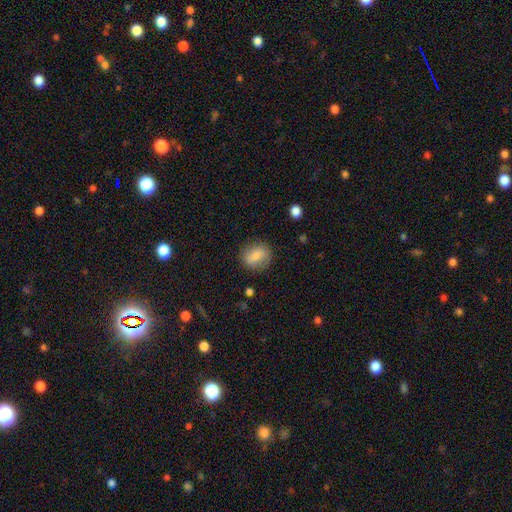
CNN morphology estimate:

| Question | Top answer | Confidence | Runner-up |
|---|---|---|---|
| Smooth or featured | smooth | 74% | featured or disk (18%) |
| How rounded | round | 68% | in between (31%) |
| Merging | none | 82% | minor disturbance (12%) |